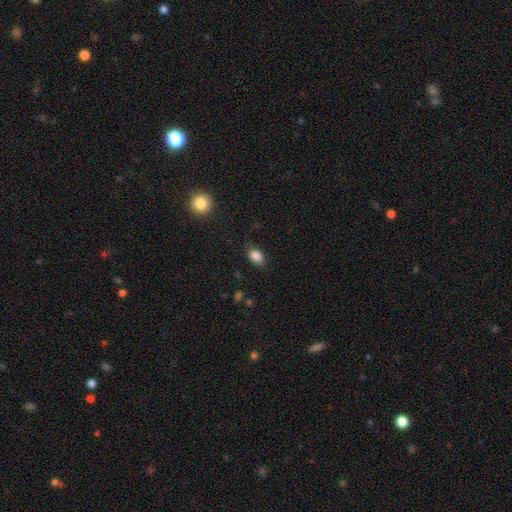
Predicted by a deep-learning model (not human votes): This is clearly a smooth galaxy (86%). How rounded: clearly in between (81%). Merging: likely none (78%).